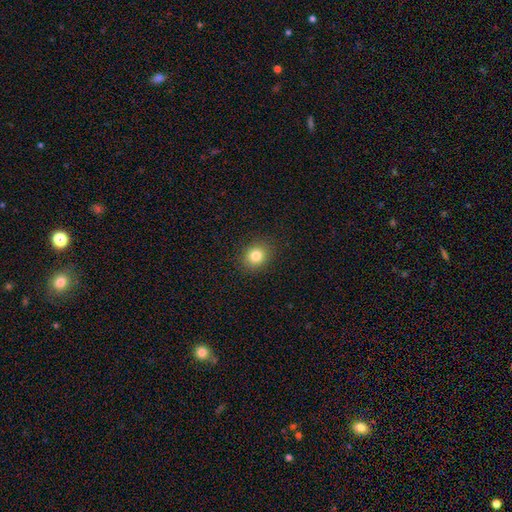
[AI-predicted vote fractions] A smooth galaxy with no disk features (82%) that is round (72%).

Vote fractions:
- Smooth or featured? smooth: 82% / star or artifact: 11% / featured or disk: 7%
- How rounded? round: 72% / in between: 27% / cigar-shaped: 1%
- Merging? none: 89% / minor disturbance: 7% / major disturbance: 2% / merger: 1%